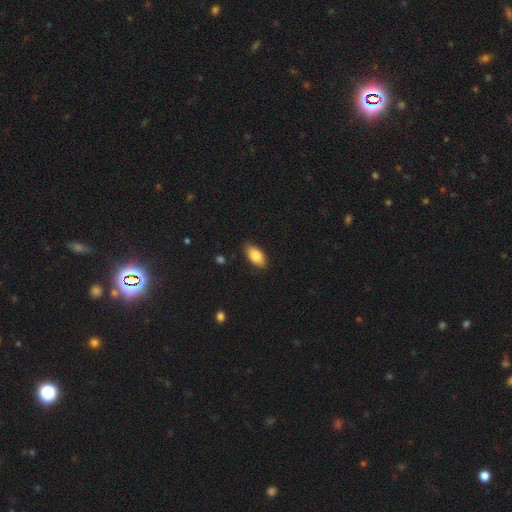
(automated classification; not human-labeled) A smooth galaxy with no disk features (83%) that is in between round and cigar-shaped (92%). Merging: none (85%).